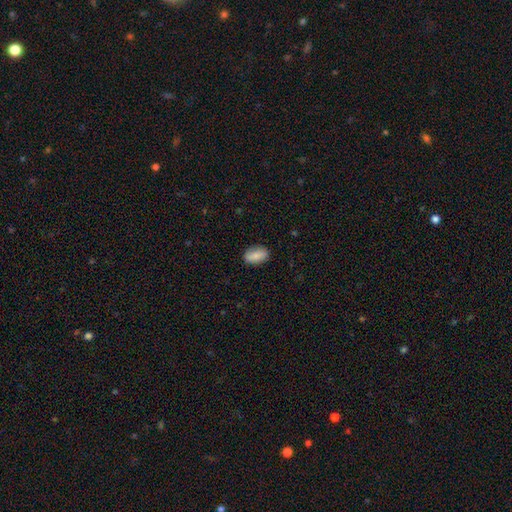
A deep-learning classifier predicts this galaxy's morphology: Smooth or featured? smooth (84%)
How rounded? in between (89%)
Merging? none (87%)